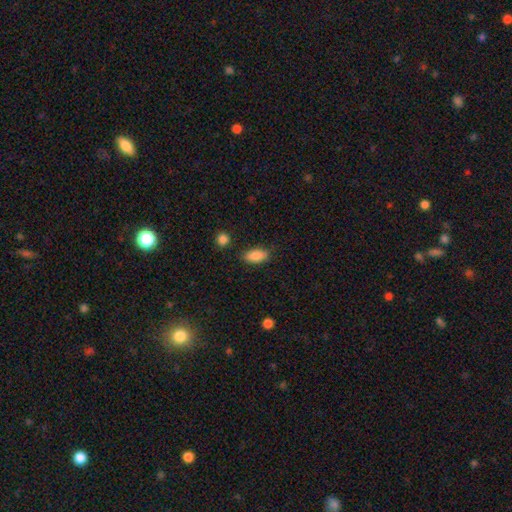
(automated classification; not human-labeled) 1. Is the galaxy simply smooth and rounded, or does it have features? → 87% smooth, 7% star or artifact, 6% featured or disk.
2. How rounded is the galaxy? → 89% in between, 8% cigar-shaped, 3% round.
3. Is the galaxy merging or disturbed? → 83% none, 11% minor disturbance, 3% major disturbance, 3% merger.